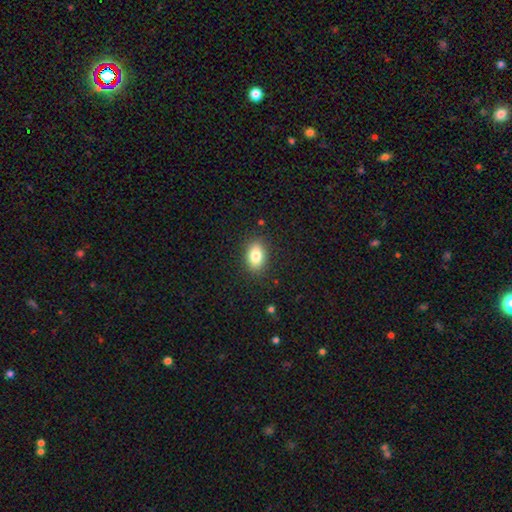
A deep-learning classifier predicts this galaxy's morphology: This is clearly a smooth galaxy (83%). How rounded: clearly in between (83%). Merging: clearly none (87%).